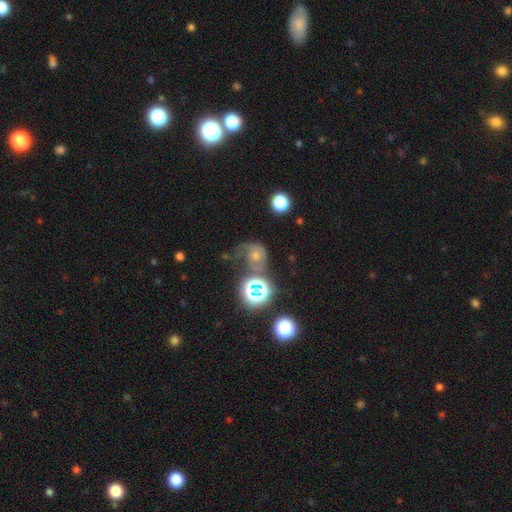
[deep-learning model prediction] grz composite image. It shows a featured or disk galaxy (46%). Merging: major disturbance (38%).